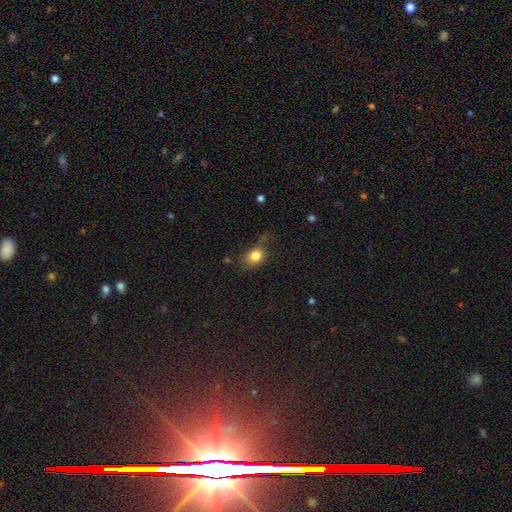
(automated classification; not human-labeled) The model was most divided on "how rounded": in between: 56%, round: 42%, cigar-shaped: 2%. More confident: smooth or featured — smooth (80%); merging — none (51%).